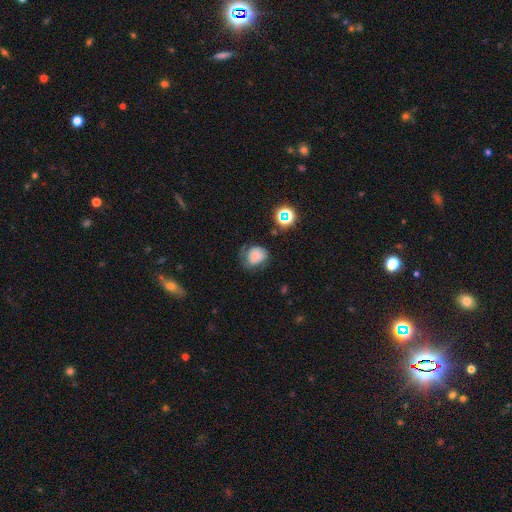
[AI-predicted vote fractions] Smooth or featured?
  - smooth: 71% *
  - featured or disk: 16%
  - star or artifact: 13%
How rounded?
  - round: 59% *
  - in between: 40%
  - cigar-shaped: 1%
Merging?
  - none: 46% *
  - minor disturbance: 31%
  - major disturbance: 19%
  - merger: 3%